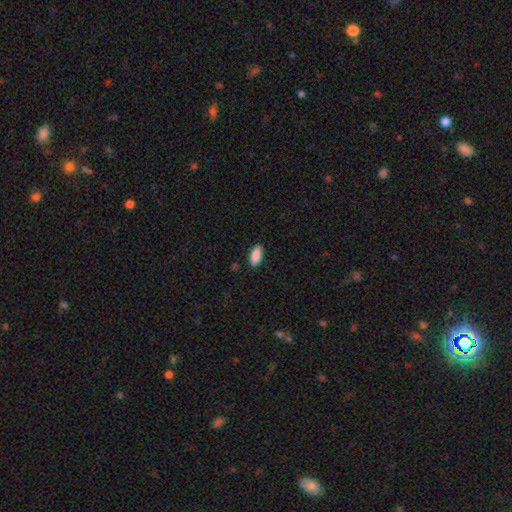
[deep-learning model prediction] Overall: smooth (89%). How rounded: in between (89%). Merging: none (88%).